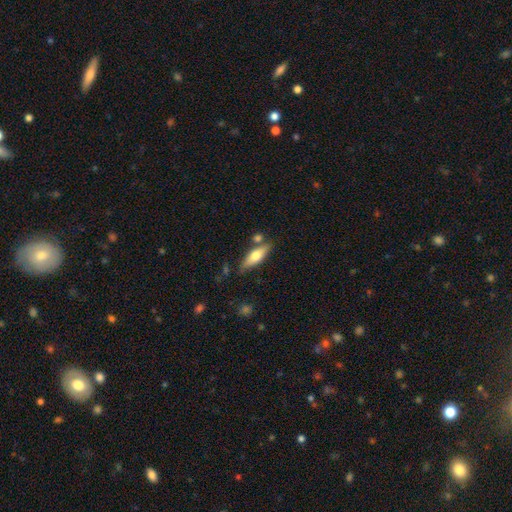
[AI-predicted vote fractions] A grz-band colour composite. It shows a smooth galaxy with no disk features (57%) that is cigar-shaped (51%). Merging: none (73%).